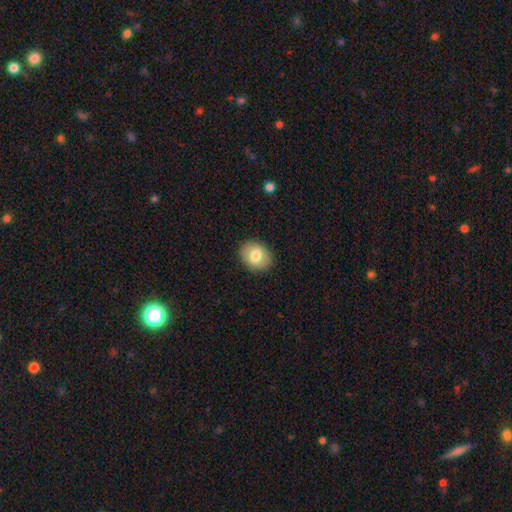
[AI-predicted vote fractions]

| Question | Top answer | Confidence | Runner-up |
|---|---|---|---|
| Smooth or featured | smooth | 76% | featured or disk (16%) |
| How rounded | in between | 51% | round (48%) |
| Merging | none | 89% | minor disturbance (8%) |